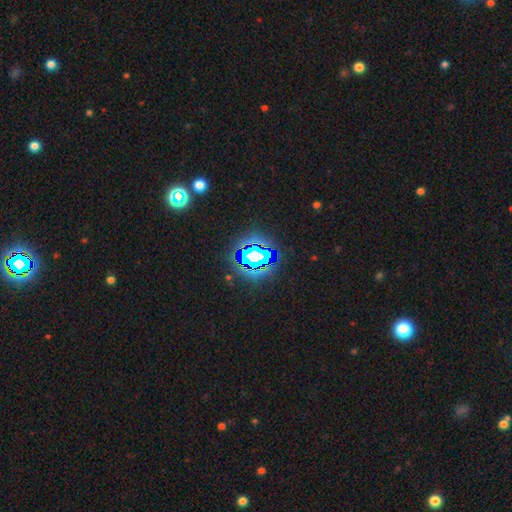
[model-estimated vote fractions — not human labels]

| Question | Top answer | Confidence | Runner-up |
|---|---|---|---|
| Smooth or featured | star or artifact | 69% | smooth (16%) |